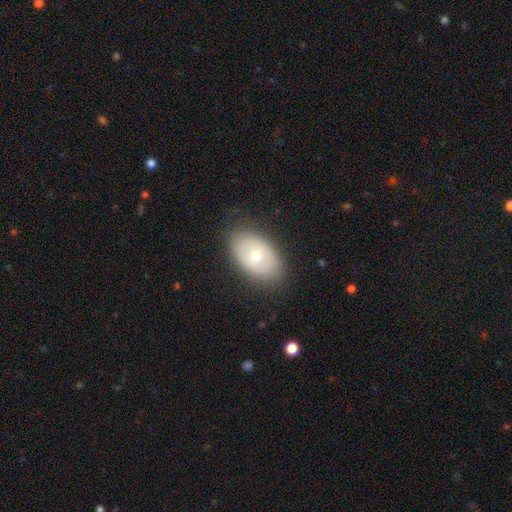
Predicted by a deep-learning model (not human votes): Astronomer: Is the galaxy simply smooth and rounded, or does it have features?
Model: smooth — 60%.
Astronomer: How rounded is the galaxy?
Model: in between — 89%.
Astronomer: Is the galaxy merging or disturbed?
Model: none — 84%.